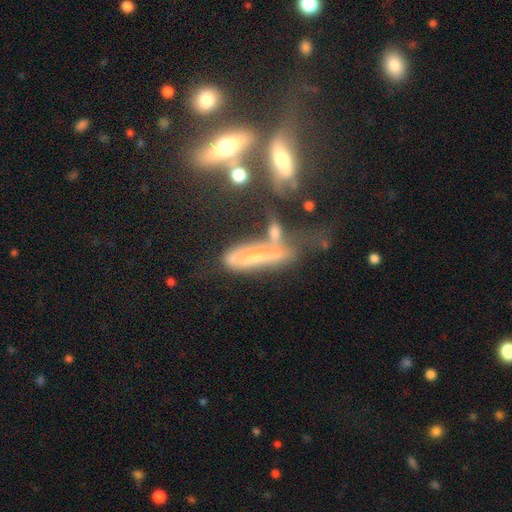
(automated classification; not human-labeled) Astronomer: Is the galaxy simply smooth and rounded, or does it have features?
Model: featured or disk — 55% (runner-up: smooth, 31%).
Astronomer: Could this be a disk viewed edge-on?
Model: no — 57% (runner-up: yes, 43%).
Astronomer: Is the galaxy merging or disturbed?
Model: merger — 34% (runner-up: major disturbance, 25%).